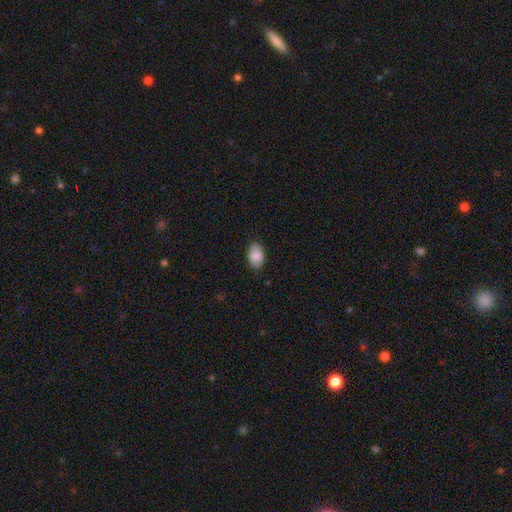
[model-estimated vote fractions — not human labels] Smooth or featured? Predicted: smooth (p=0.84). How rounded? Predicted: in between (p=0.90). Merging? Predicted: none (p=0.82).